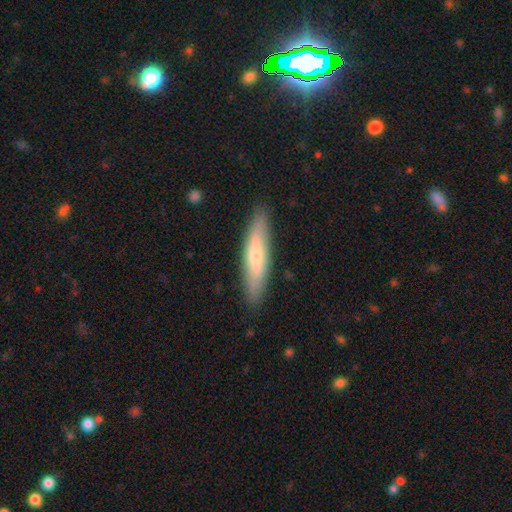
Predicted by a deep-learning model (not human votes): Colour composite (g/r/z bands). It shows a smooth galaxy with no disk features (59%) that is cigar-shaped (82%). Merging: none (87%).